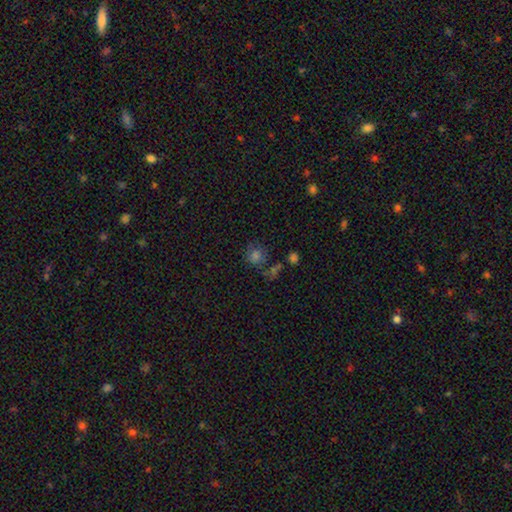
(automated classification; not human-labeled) The model was most divided on "smooth or featured": smooth: 70%, star or artifact: 20%, featured or disk: 9%. More confident: how rounded — round (86%); merging — none (67%).